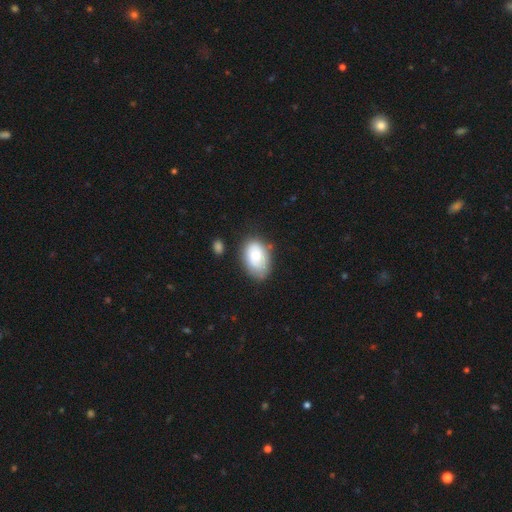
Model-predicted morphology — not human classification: This is likely a smooth galaxy (76%). How rounded: clearly in between (90%). Merging: likely none (63%).